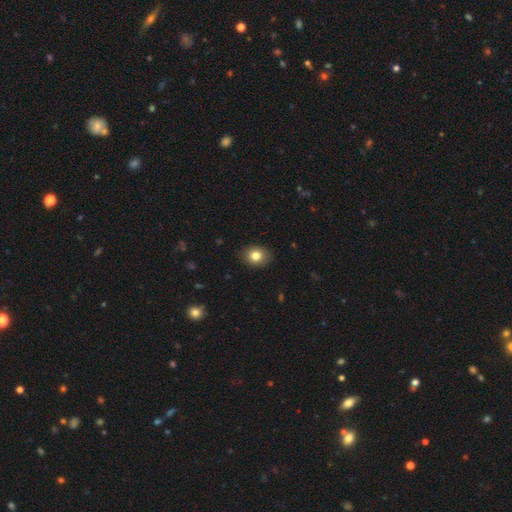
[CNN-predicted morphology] Smooth or featured?
  - smooth: 82% *
  - star or artifact: 10%
  - featured or disk: 8%
How rounded?
  - round: 57% *
  - in between: 42%
  - cigar-shaped: 1%
Merging?
  - none: 89% *
  - minor disturbance: 8%
  - major disturbance: 2%
  - merger: 1%